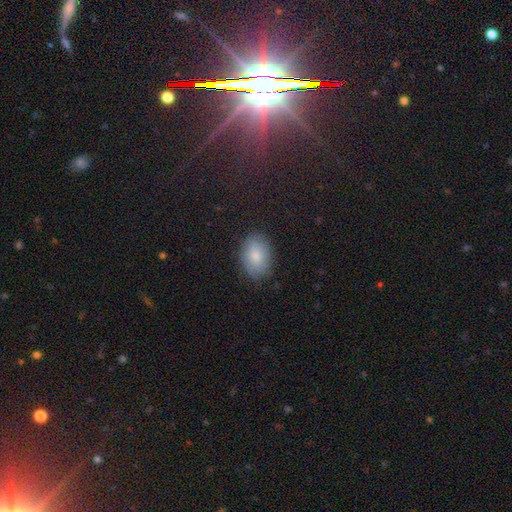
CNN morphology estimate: Q: Smooth or featured?
A: smooth (78%); runner-up: featured or disk (14%)
Q: How rounded?
A: in between (84%); runner-up: round (15%)
Q: Merging?
A: none (82%); runner-up: minor disturbance (14%)